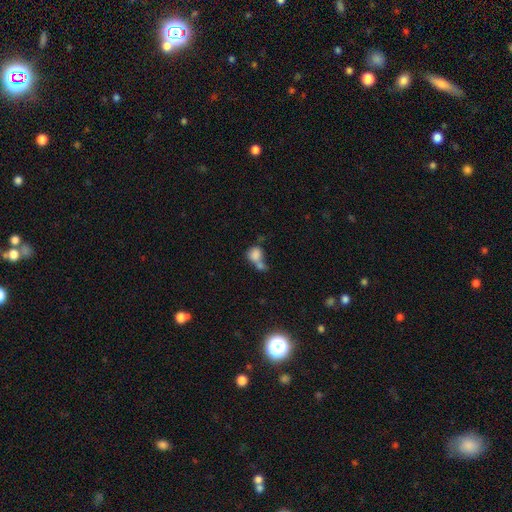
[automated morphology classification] smooth_or_featured: smooth (p=0.81) [alt: featured or disk p=0.10]
how_rounded: round (p=0.62) [alt: in between p=0.37]
merging: merger (p=0.58) [alt: none p=0.25]